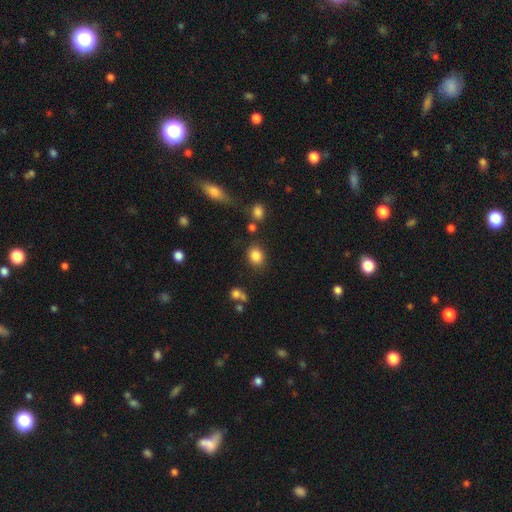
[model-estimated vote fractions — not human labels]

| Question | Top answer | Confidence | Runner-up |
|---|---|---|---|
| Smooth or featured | smooth | 84% | star or artifact (10%) |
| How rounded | round | 56% | in between (43%) |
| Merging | none | 79% | minor disturbance (12%) |